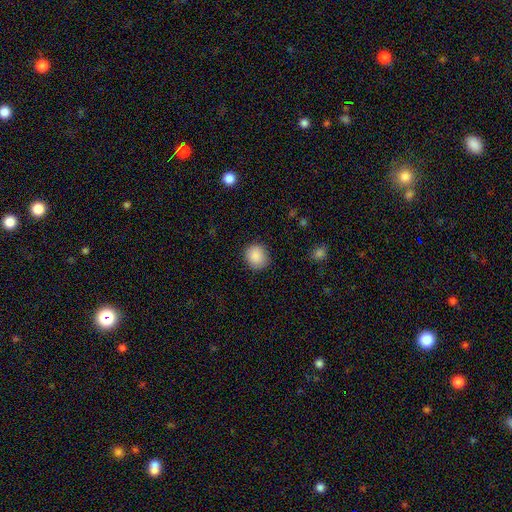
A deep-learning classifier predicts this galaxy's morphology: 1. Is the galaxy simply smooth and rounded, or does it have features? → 89% smooth, 8% star or artifact, 3% featured or disk.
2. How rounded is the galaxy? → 84% round, 15% in between, 1% cigar-shaped.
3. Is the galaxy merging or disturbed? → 87% none, 9% minor disturbance, 3% major disturbance, 1% merger.